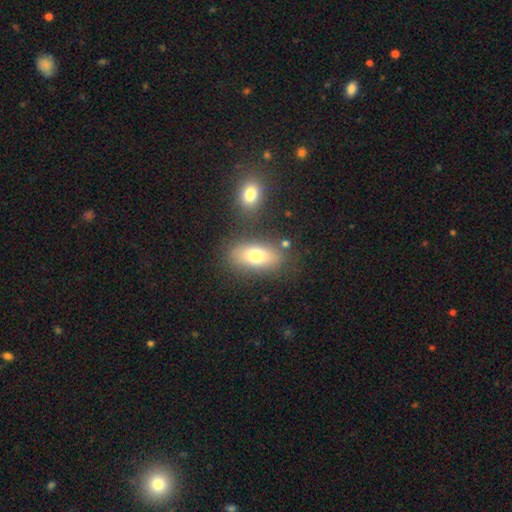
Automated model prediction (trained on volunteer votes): Smooth or featured? Predicted: smooth (p=0.73). How rounded? Predicted: in between (p=0.84). Merging? Predicted: none (p=0.76).